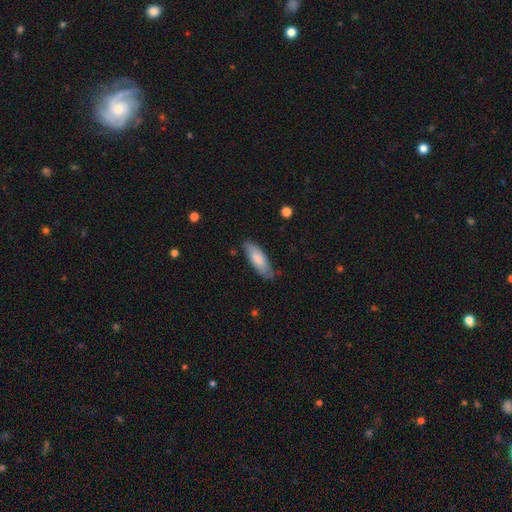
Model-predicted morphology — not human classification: Smooth or featured: smooth — 77% (featured or disk — 17%)
How rounded: in between — 58% (cigar-shaped — 40%)
Merging: none — 77% (minor disturbance — 19%)